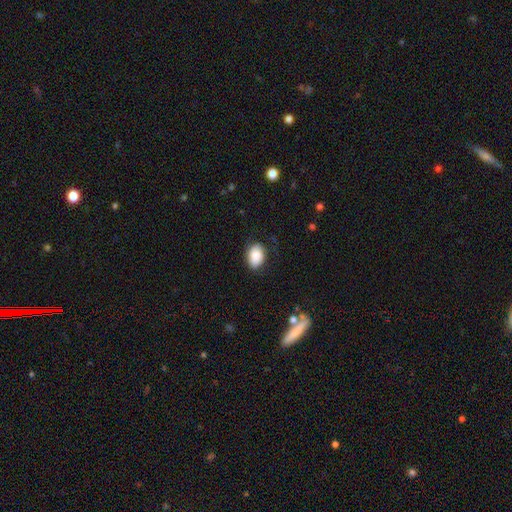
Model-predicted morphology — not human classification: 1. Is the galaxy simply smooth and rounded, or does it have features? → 86% smooth, 7% star or artifact, 7% featured or disk.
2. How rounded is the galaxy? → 84% in between, 15% round, 1% cigar-shaped.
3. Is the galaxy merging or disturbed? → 78% none, 17% minor disturbance, 4% major disturbance, 1% merger.